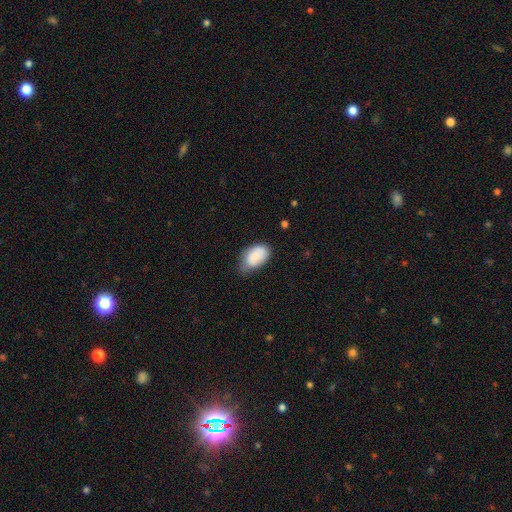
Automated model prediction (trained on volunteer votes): Overall: smooth (84%). How rounded: in between (91%). Merging: minor disturbance (46%; none 41%).